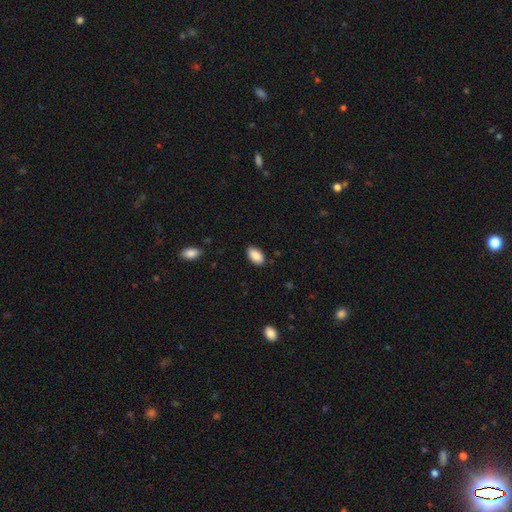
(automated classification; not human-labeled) Smooth or featured? Predicted: smooth (p=0.88). How rounded? Predicted: in between (p=0.94). Merging? Predicted: none (p=0.86).